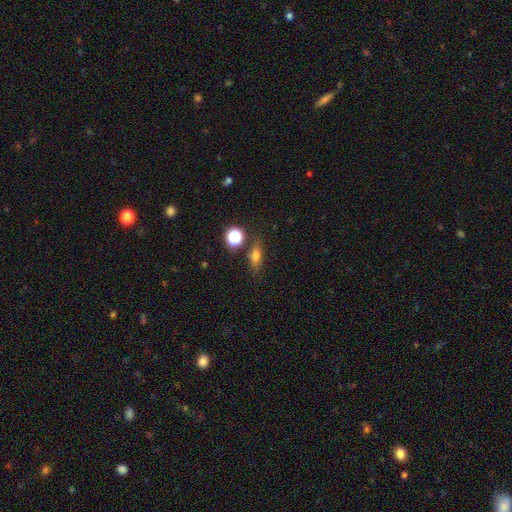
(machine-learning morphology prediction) This is likely a smooth galaxy (64%). How rounded: possibly in between (54%). Merging: likely none (78%).